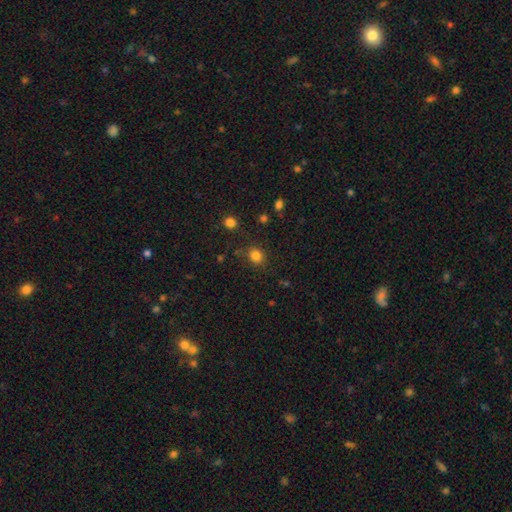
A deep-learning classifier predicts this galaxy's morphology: This is clearly a smooth galaxy (81%). How rounded: likely round (75%). Merging: likely none (78%).